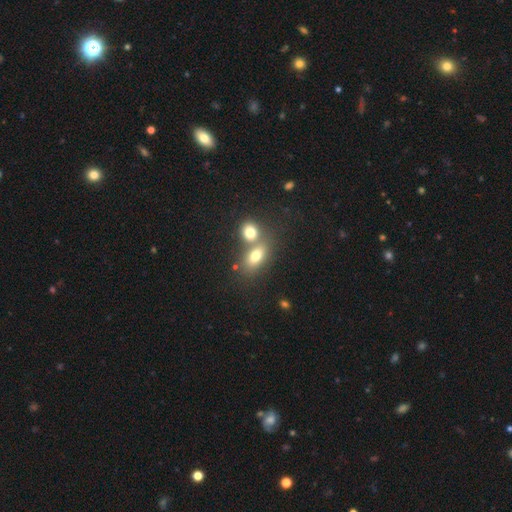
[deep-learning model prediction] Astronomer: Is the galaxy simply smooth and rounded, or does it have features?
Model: smooth — 73%.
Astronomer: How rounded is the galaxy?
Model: in between — 75%.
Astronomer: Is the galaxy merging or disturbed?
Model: merger — 49% (runner-up: none, 39%).